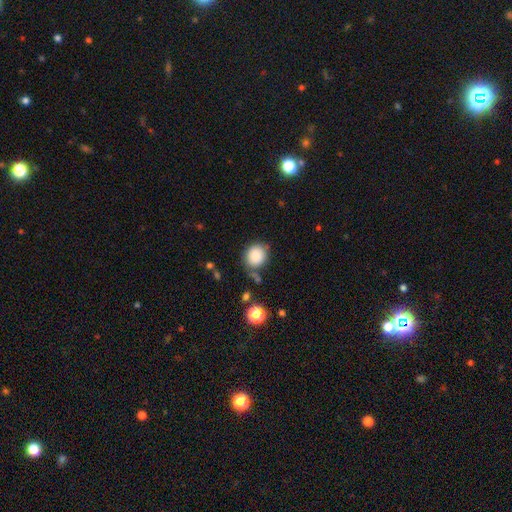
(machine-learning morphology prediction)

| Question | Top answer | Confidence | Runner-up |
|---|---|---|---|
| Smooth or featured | smooth | 86% | star or artifact (9%) |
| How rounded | round | 77% | in between (22%) |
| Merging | none | 70% | minor disturbance (17%) |